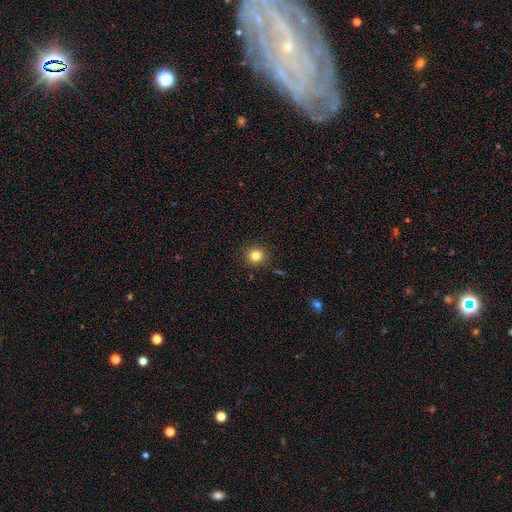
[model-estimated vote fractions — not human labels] smooth 83%, star or artifact 12%, featured or disk 5%. Down the decision tree: how rounded — round (91%); merging — none (89%).